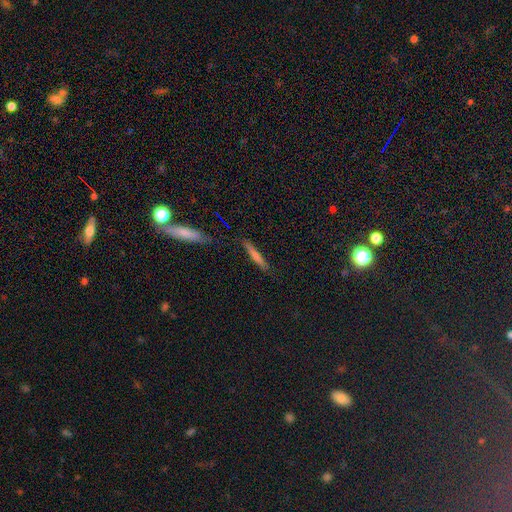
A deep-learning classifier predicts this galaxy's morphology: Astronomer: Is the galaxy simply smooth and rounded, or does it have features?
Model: smooth — 55% (runner-up: featured or disk, 36%).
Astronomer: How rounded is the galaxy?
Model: cigar-shaped — 92%.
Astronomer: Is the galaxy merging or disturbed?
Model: none — 83%.